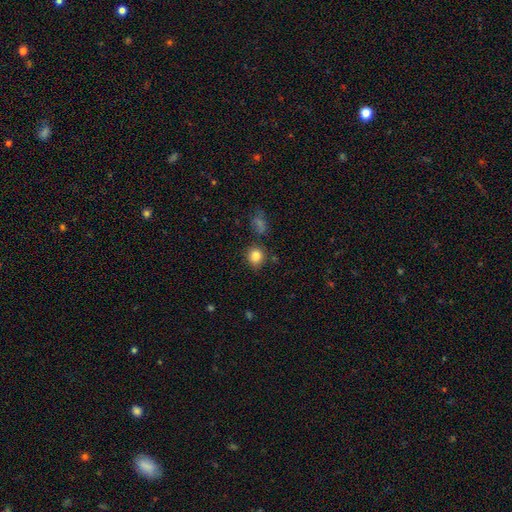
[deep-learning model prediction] smooth_or_featured: smooth (p=0.84) [alt: star or artifact p=0.11]
how_rounded: round (p=0.81) [alt: in between p=0.18]
merging: none (p=0.82) [alt: minor disturbance p=0.11]